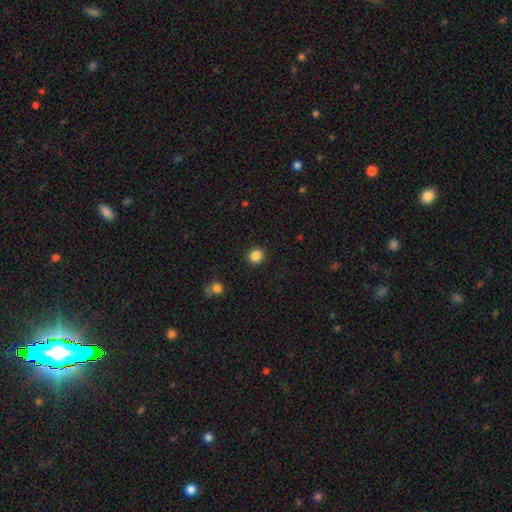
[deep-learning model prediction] A smooth galaxy with no disk features (85%) that is round (80%). Merging: none (90%).